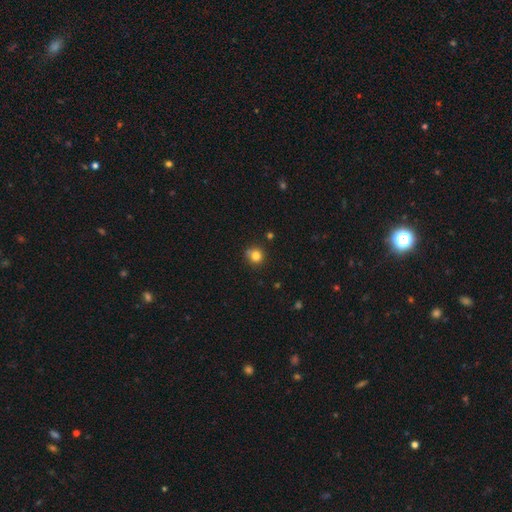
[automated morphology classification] Smooth or featured: smooth — 81% (star or artifact — 13%)
How rounded: round — 92% (in between — 7%)
Merging: none — 78% (minor disturbance — 12%)